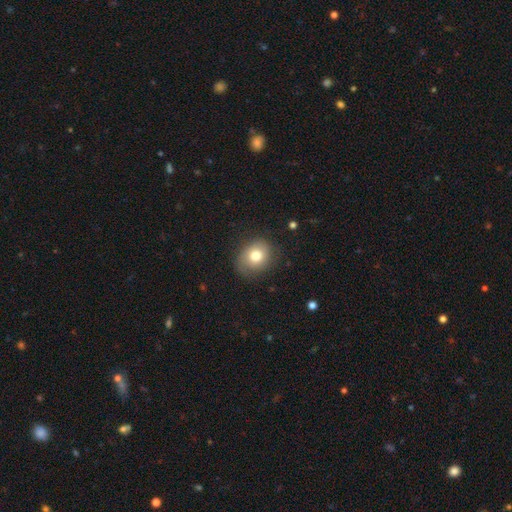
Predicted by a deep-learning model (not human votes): smooth 76%, featured or disk 15%, star or artifact 10%. Down the decision tree: how rounded — round (60%); merging — none (77%).